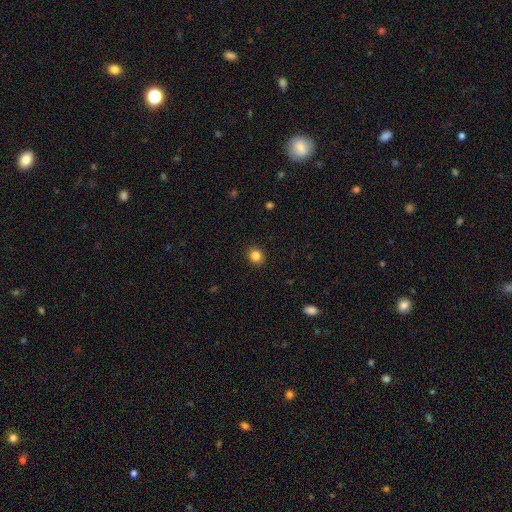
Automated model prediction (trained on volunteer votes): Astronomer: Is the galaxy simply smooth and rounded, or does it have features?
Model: smooth — 84%.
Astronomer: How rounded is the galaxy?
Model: round — 73%.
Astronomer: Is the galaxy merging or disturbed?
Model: none — 91%.